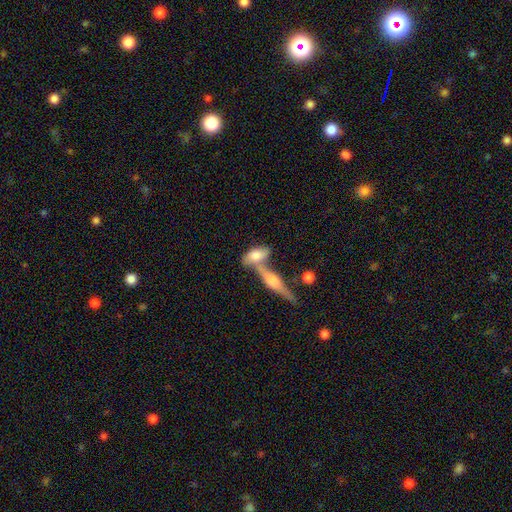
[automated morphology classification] Smooth or featured?
  - smooth: 61% *
  - featured or disk: 31%
  - star or artifact: 7%
How rounded?
  - in between: 78% *
  - cigar-shaped: 17%
  - round: 5%
Merging?
  - merger: 47% *
  - none: 35%
  - minor disturbance: 12%
  - major disturbance: 6%